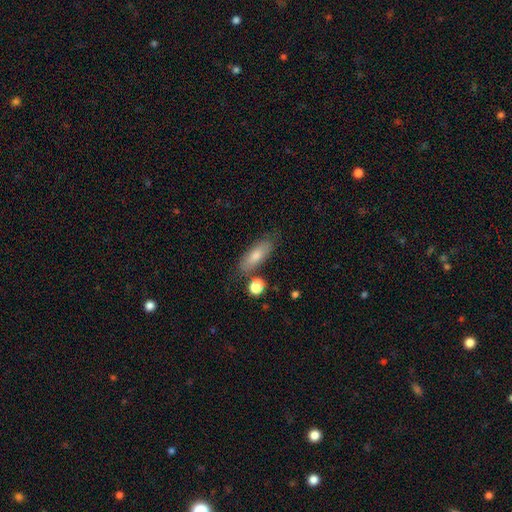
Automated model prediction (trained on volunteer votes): This is likely a smooth galaxy (74%). How rounded: likely in between (65%). Merging: likely none (74%).